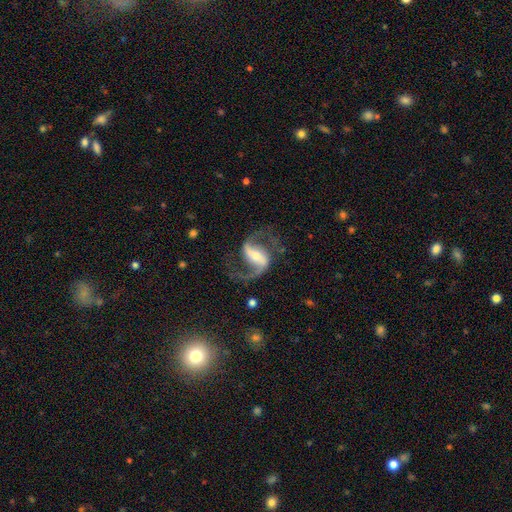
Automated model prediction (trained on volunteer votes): A featured or disk galaxy (91%) with a strong bar (55%), 2 (93%) loose (53%) spiral arms (97%) and a moderate central bulge (46%).

Vote fractions:
- Smooth or featured? featured or disk: 91% / star or artifact: 5% / smooth: 5%
- Edge-on disk? no: 97% / yes: 3%
- Bar? strong: 55% / weak: 31% / no: 14%
- Spiral arms? yes: 97% / no: 3%
- Spiral winding? loose: 53% / medium: 40% / tight: 7%
- Spiral arm count? 2: 93% / 1: 3% / can't tell: 2% / 3: 1% / 4: 1% / more than 4: 1%
- Bulge size? moderate: 46% / small: 44% / large: 6% / none: 2% / dominant: 1%
- Merging? none: 73% / minor disturbance: 13% / major disturbance: 13% / merger: 2%